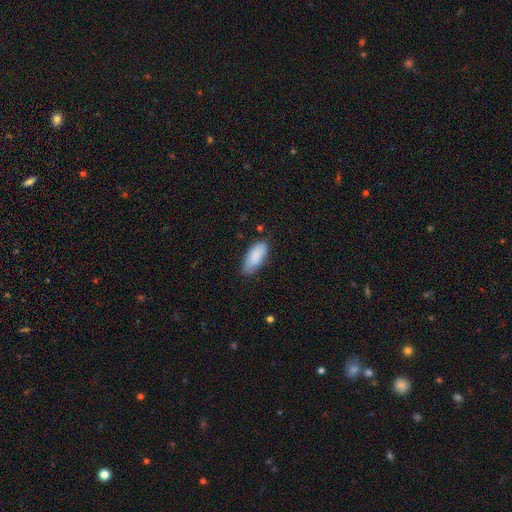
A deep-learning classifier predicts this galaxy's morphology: smooth_or_featured: smooth (p=0.87) [alt: featured or disk p=0.07]
how_rounded: in between (p=0.88) [alt: cigar-shaped p=0.11]
merging: none (p=0.74) [alt: minor disturbance p=0.21]